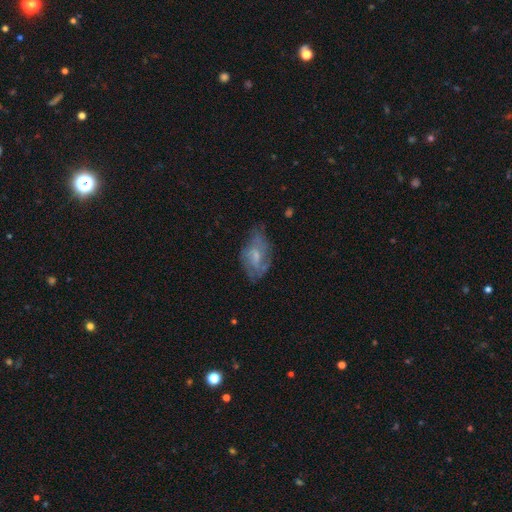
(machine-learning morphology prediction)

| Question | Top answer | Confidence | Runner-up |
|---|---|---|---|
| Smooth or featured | featured or disk | 56% | smooth (36%) |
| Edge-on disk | no | 95% | yes (5%) |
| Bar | no | 50% | weak (42%) |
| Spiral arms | yes | 69% | no (31%) |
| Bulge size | small | 45% | moderate (36%) |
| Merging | none | 52% | minor disturbance (30%) |